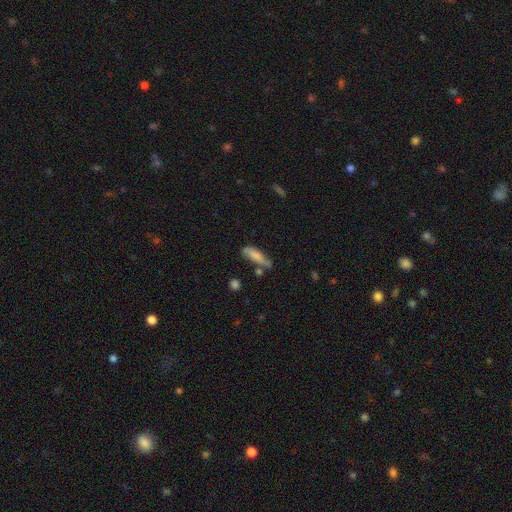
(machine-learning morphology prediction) Overall: smooth (72%). How rounded: cigar-shaped (53%; in between 45%). Merging: none (47%; minor disturbance 28%).